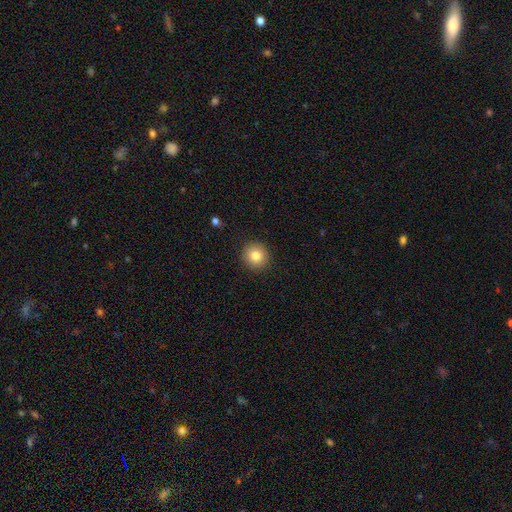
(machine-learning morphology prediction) This appears to be a smooth galaxy with no disk features (82%) that is round (90%). Merging: none (91%).